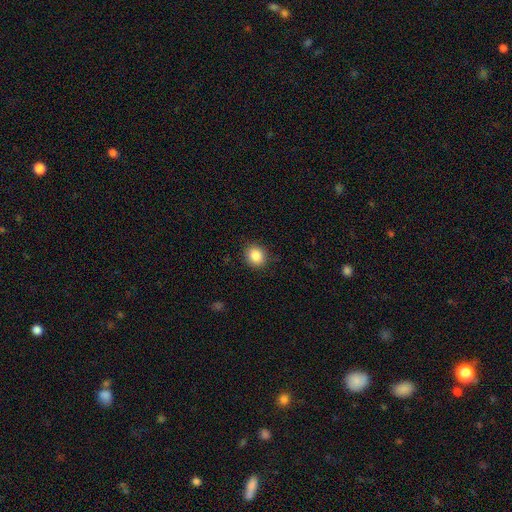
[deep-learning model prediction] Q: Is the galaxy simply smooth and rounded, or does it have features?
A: smooth — 87%.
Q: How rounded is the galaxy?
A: round — 80%.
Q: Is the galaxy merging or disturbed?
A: none — 88%.